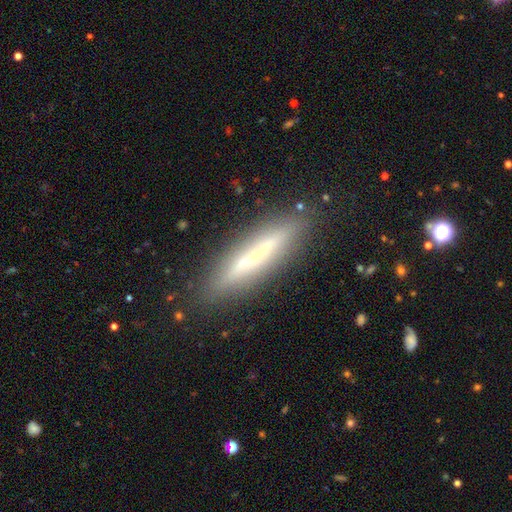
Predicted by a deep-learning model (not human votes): Overall: featured or disk (52%; smooth 39%). Edge-on disk: yes (89%). Merging: none (84%).